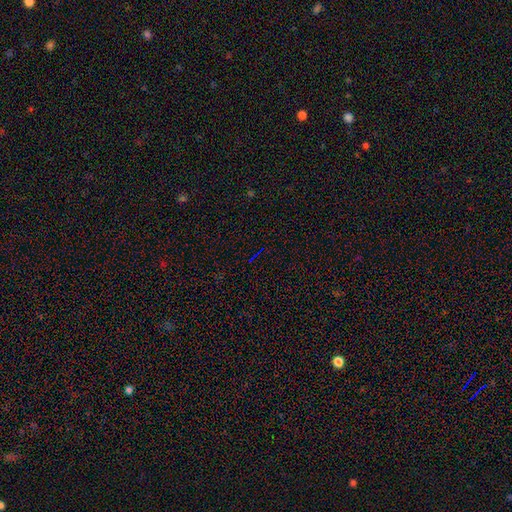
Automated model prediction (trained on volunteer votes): Smooth or featured?
  - star or artifact: 74% *
  - smooth: 15%
  - featured or disk: 11%